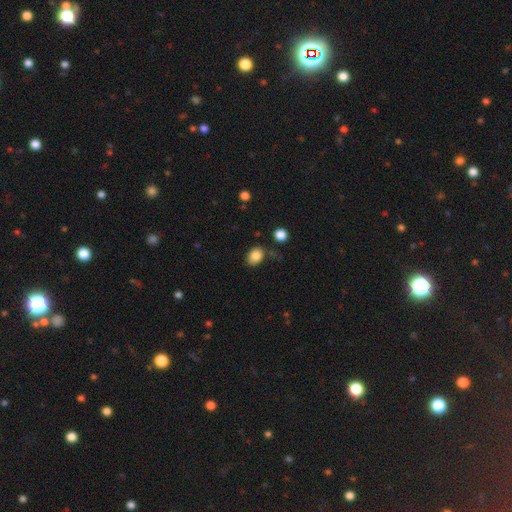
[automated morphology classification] Smooth or featured?
  - smooth: 84% *
  - star or artifact: 9%
  - featured or disk: 7%
How rounded?
  - in between: 64% *
  - round: 35%
  - cigar-shaped: 1%
Merging?
  - none: 66% *
  - minor disturbance: 21%
  - major disturbance: 7%
  - merger: 6%